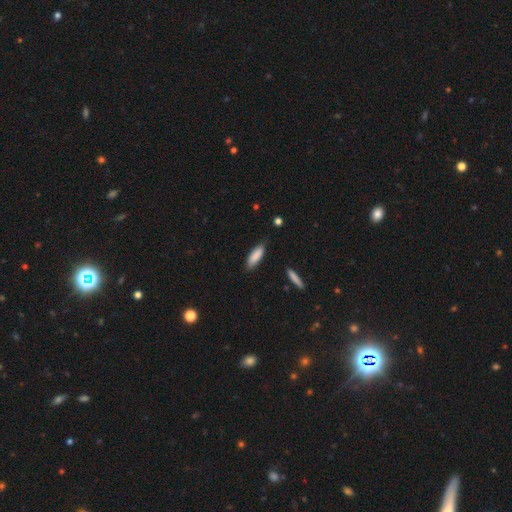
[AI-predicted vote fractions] A smooth galaxy with no disk features (87%) that is in between round and cigar-shaped (54%). Merging: none (81%).